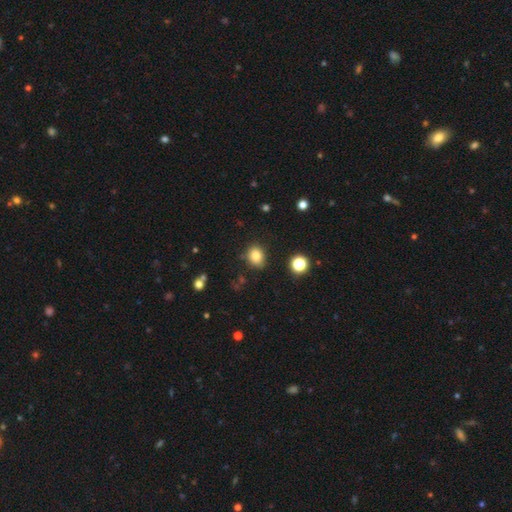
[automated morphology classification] smooth-or-featured: smooth: 83% | star or artifact: 11% | featured or disk: 6%
  how-rounded: round: 51% | in between: 48% | cigar-shaped: 1%
  merging: none: 81% | minor disturbance: 13% | major disturbance: 3% | merger: 3%